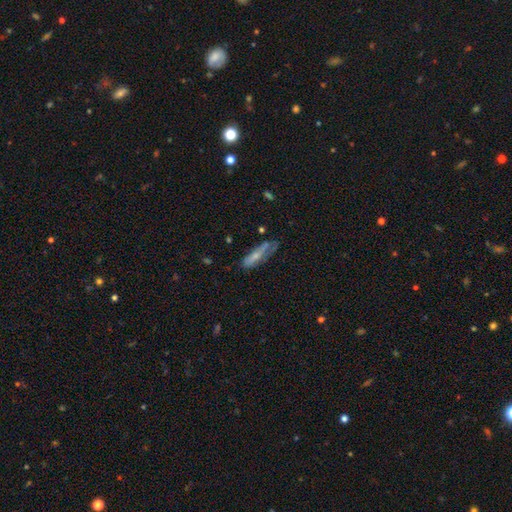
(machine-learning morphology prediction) Smooth or featured: smooth — 54% (featured or disk — 39%)
How rounded: cigar-shaped — 63% (in between — 35%)
Merging: none — 46% (minor disturbance — 32%)